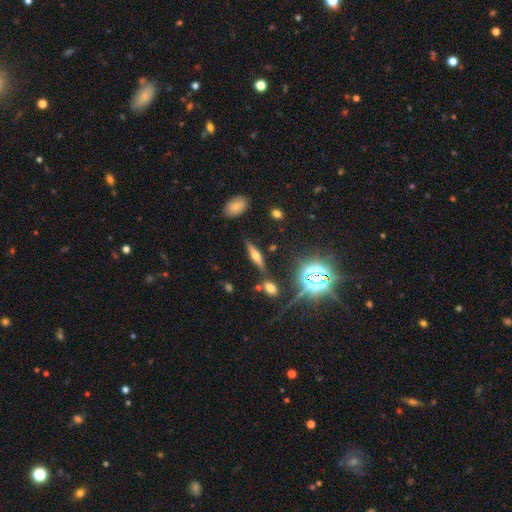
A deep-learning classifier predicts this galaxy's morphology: Overall: featured or disk (50%; smooth 34%). Merging: none (79%).